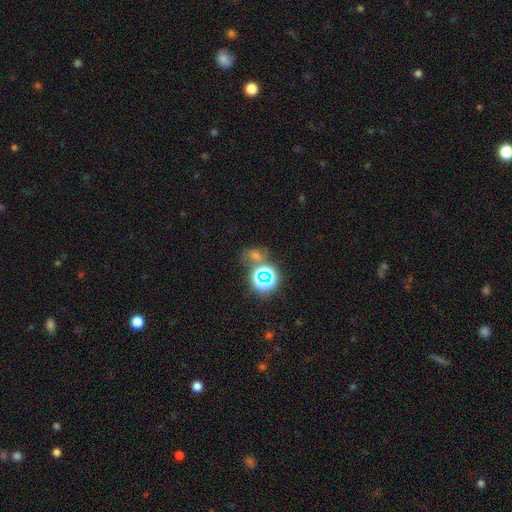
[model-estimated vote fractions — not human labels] smooth-or-featured: star or artifact: 56% | smooth: 32% | featured or disk: 12%